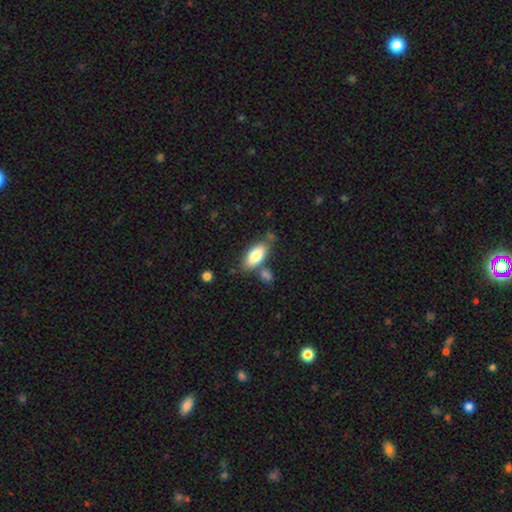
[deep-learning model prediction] The model was most divided on "merging": none: 68%, minor disturbance: 15%, merger: 12%, major disturbance: 4%. More confident: how rounded — in between (85%); smooth or featured — smooth (78%).